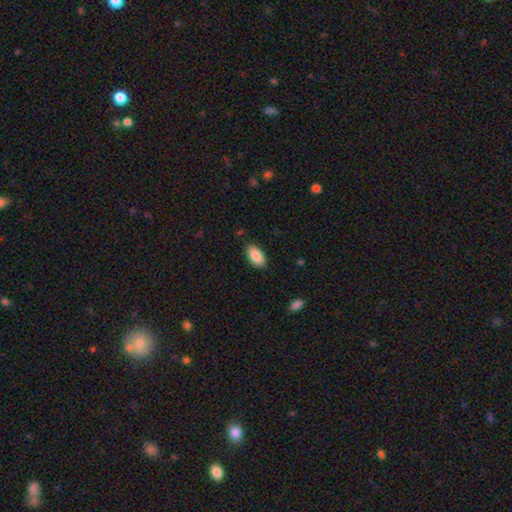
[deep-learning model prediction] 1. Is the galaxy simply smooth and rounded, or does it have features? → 88% smooth, 6% star or artifact, 6% featured or disk.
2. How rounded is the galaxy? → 94% in between, 3% cigar-shaped, 3% round.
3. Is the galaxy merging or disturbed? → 86% none, 11% minor disturbance, 2% major disturbance, 1% merger.